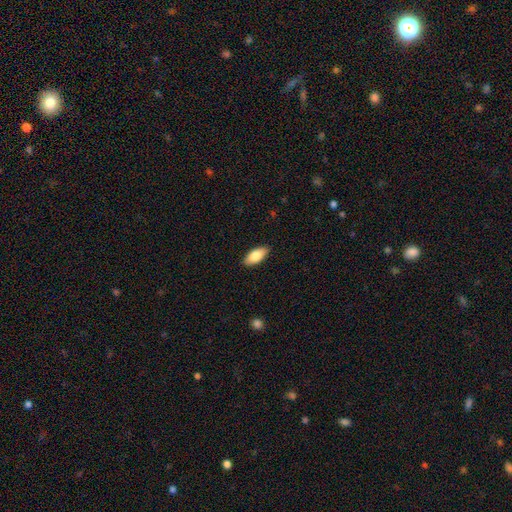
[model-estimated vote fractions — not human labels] smooth_or_featured: smooth (p=0.80) [alt: featured or disk p=0.14]
how_rounded: in between (p=0.86) [alt: cigar-shaped p=0.12]
merging: none (p=0.89) [alt: minor disturbance p=0.08]